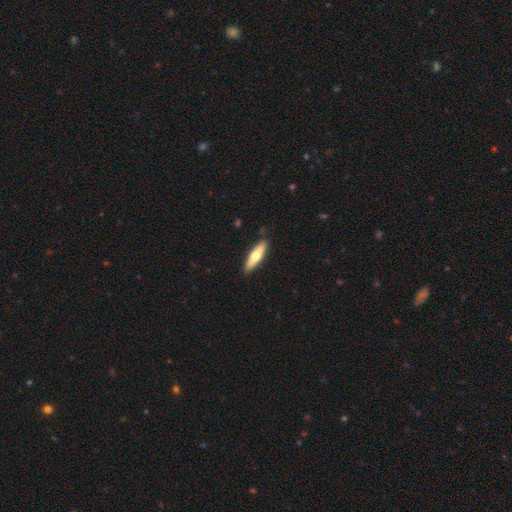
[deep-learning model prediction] The model was most divided on "smooth or featured": smooth: 54%, featured or disk: 41%, star or artifact: 5%. More confident: merging — none (88%); how rounded — cigar-shaped (72%).